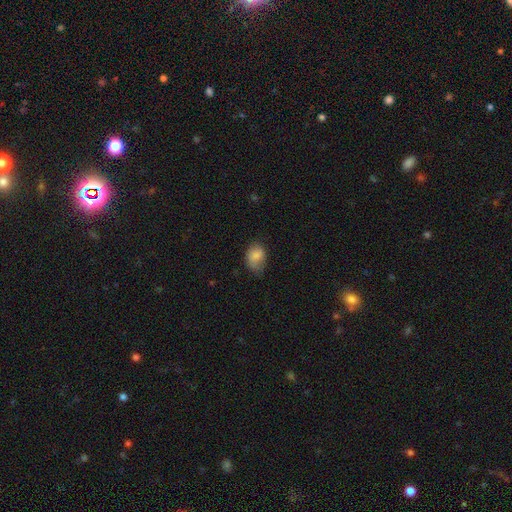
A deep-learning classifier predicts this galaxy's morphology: smooth-or-featured: smooth: 83% | featured or disk: 9% | star or artifact: 8%
  how-rounded: in between: 74% | round: 25% | cigar-shaped: 1%
  merging: none: 49% | minor disturbance: 37% | major disturbance: 13% | merger: 2%